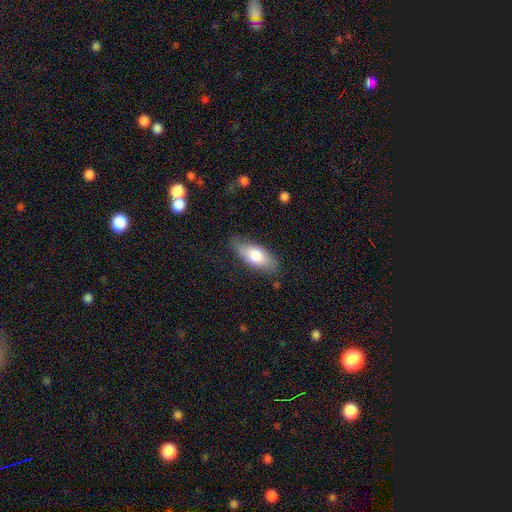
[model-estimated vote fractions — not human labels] The model was most divided on "smooth or featured": smooth: 73%, featured or disk: 21%, star or artifact: 6%. More confident: how rounded — in between (84%); merging — none (73%).